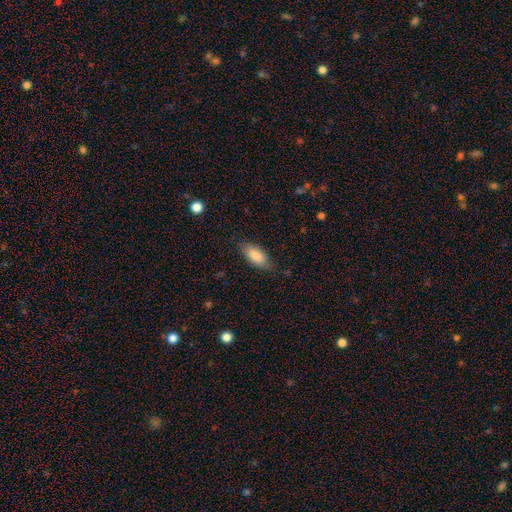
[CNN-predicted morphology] Q: Smooth or featured?
A: smooth (85%); runner-up: featured or disk (9%)
Q: How rounded?
A: in between (84%); runner-up: cigar-shaped (14%)
Q: Merging?
A: none (79%); runner-up: minor disturbance (16%)